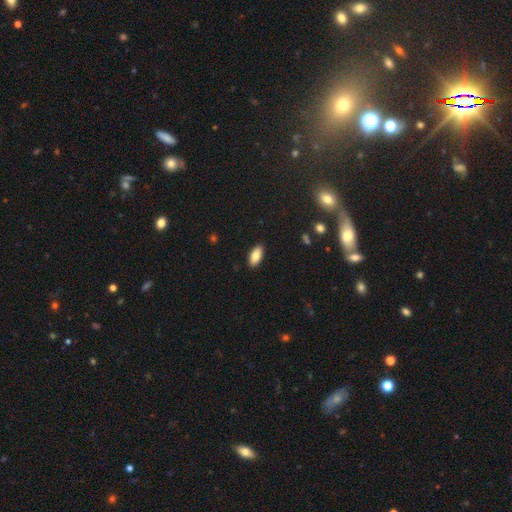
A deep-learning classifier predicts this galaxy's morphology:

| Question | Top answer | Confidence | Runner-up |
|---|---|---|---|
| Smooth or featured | smooth | 84% | featured or disk (9%) |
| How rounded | in between | 90% | cigar-shaped (8%) |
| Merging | none | 89% | minor disturbance (8%) |